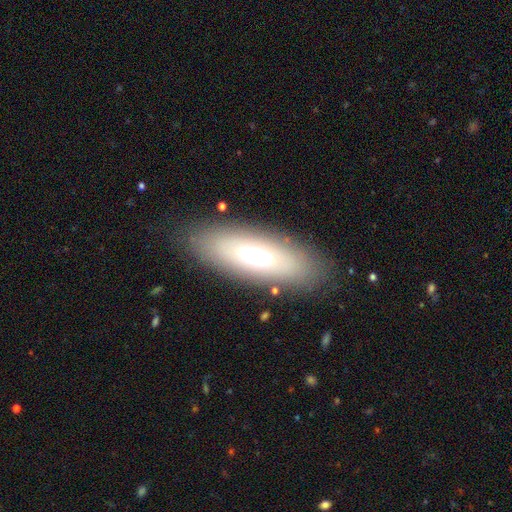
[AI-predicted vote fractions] The model was most divided on "smooth or featured": smooth: 55%, featured or disk: 37%, star or artifact: 8%. More confident: merging — none (84%); how rounded — in between (68%).